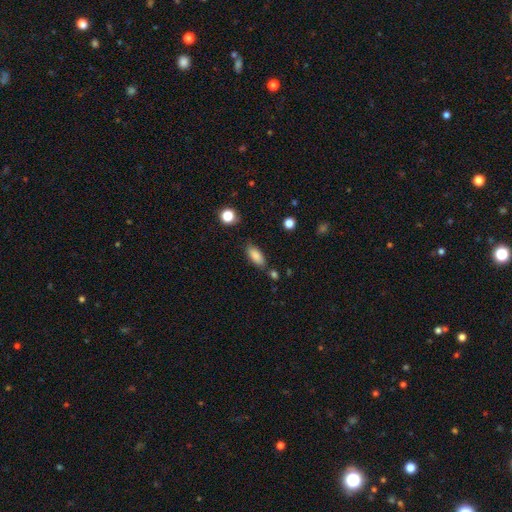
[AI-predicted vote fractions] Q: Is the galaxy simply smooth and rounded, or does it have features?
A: smooth — 85%.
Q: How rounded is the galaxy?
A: in between — 84%.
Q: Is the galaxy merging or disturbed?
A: none — 77%.